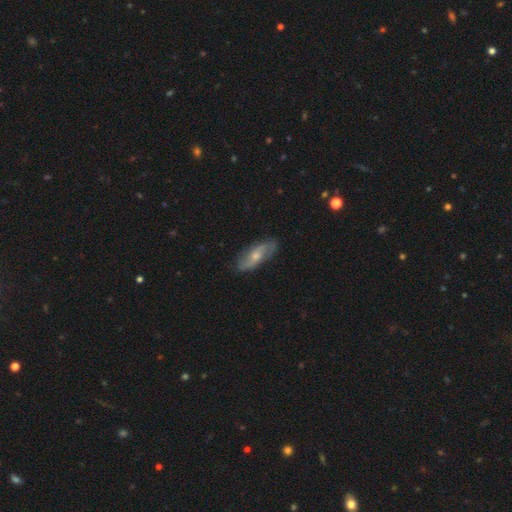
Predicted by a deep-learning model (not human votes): Overall: featured or disk (62%; smooth 32%). Edge-on disk: no (83%). Bar: no (56%; weak 35%). Spiral arms: yes (83%). Bulge size: moderate (56%; small 37%). Merging: none (81%).